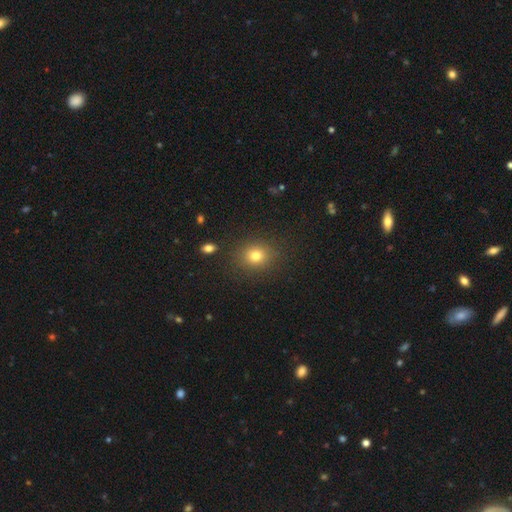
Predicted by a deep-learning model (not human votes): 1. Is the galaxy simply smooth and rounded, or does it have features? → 78% smooth, 14% star or artifact, 8% featured or disk.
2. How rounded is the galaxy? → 73% round, 26% in between, 1% cigar-shaped.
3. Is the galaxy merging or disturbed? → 85% none, 9% minor disturbance, 4% major disturbance, 2% merger.